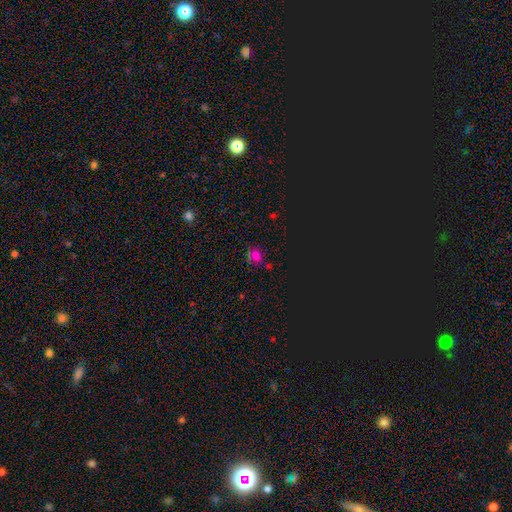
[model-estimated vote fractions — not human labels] smooth_or_featured: smooth (p=0.57) [alt: star or artifact p=0.34]
how_rounded: round (p=0.70) [alt: in between p=0.29]
merging: none (p=0.69) [alt: minor disturbance p=0.17]